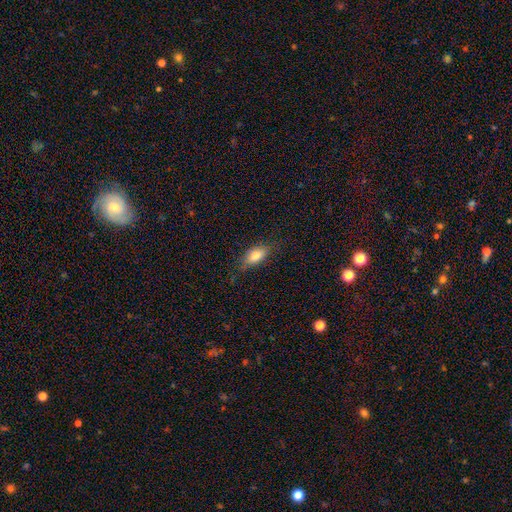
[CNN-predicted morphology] type=smooth (77%); roundness=in between (84%); merging=none (74%).